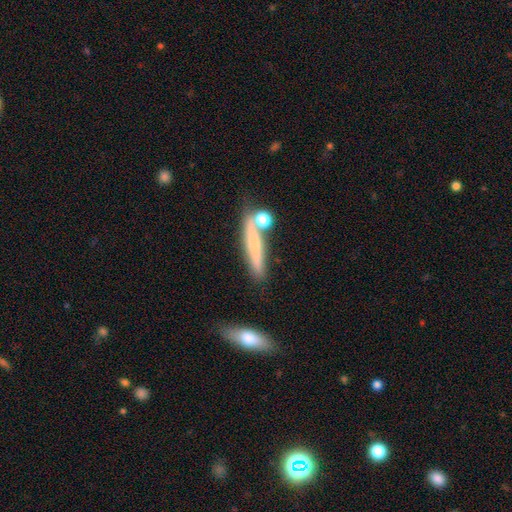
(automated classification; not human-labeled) Smooth or featured? smooth (57%)
How rounded? cigar-shaped (78%)
Merging? none (64%)